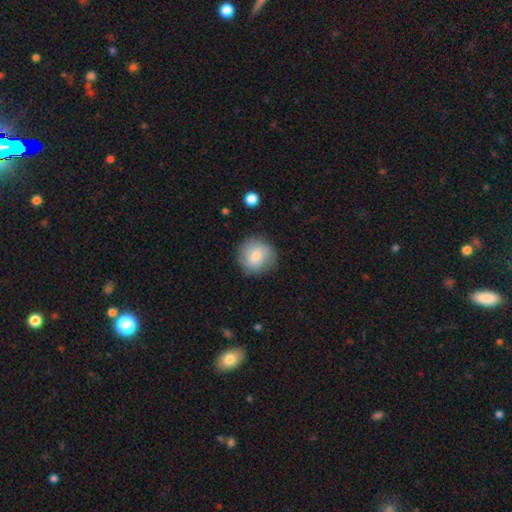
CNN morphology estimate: Overall: smooth (69%). How rounded: round (90%). Merging: none (81%).